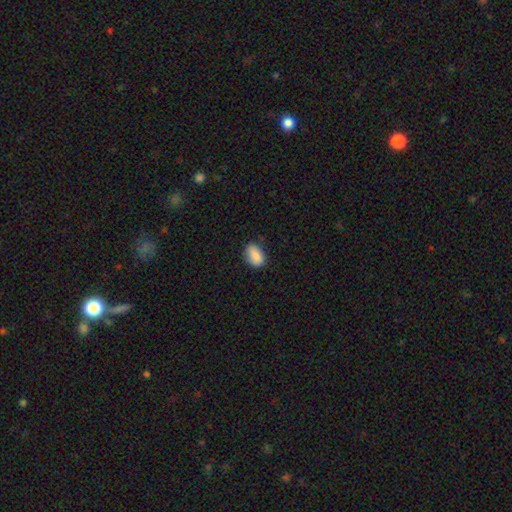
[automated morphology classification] Smooth or featured?
  - smooth: 87% *
  - star or artifact: 7%
  - featured or disk: 6%
How rounded?
  - in between: 86% *
  - round: 13%
  - cigar-shaped: 2%
Merging?
  - none: 79% *
  - minor disturbance: 17%
  - major disturbance: 3%
  - merger: 1%